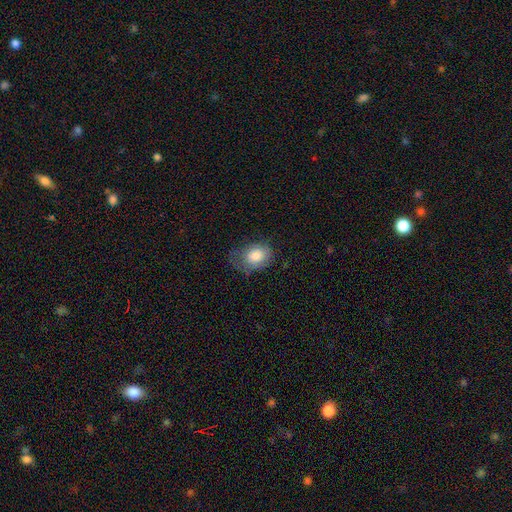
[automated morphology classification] A smooth galaxy with no disk features (79%) that is in between round and cigar-shaped (67%).

Vote fractions:
- Smooth or featured? smooth: 79% / featured or disk: 14% / star or artifact: 7%
- How rounded? in between: 67% / round: 32% / cigar-shaped: 1%
- Merging? none: 44% / minor disturbance: 35% / major disturbance: 19% / merger: 1%